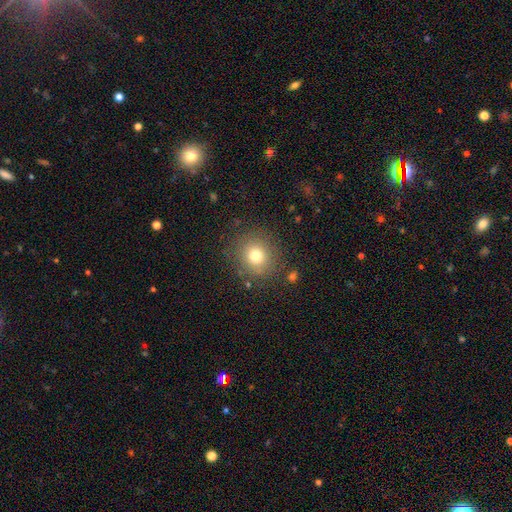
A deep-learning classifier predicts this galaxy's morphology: smooth-or-featured: smooth: 75% | star or artifact: 14% | featured or disk: 11%
  how-rounded: round: 87% | in between: 12% | cigar-shaped: 1%
  merging: none: 85% | minor disturbance: 9% | major disturbance: 4% | merger: 2%